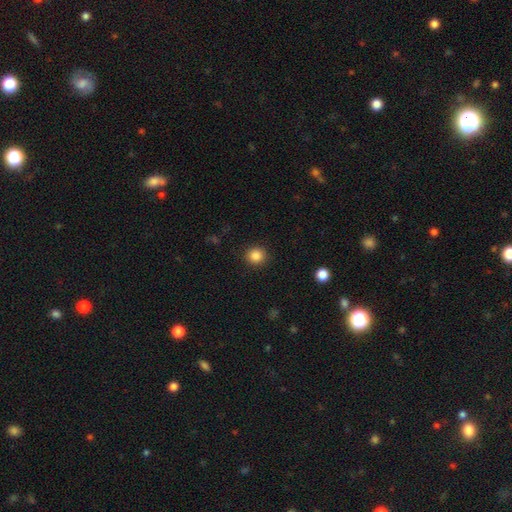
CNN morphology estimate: This appears to be a smooth galaxy with no disk features (86%) that is round (90%). Merging: none (90%).